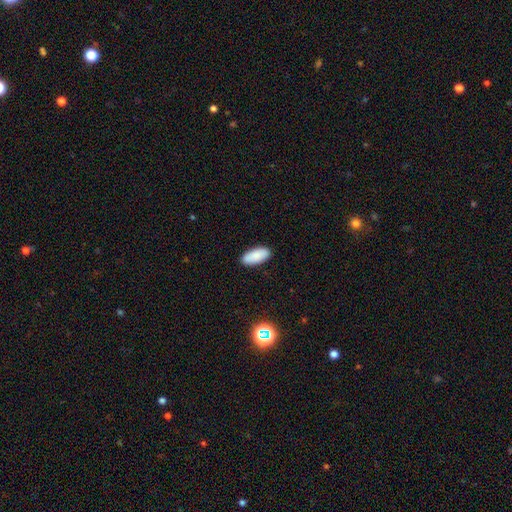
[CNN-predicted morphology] Smooth or featured? smooth (88%)
How rounded? in between (88%)
Merging? none (89%)